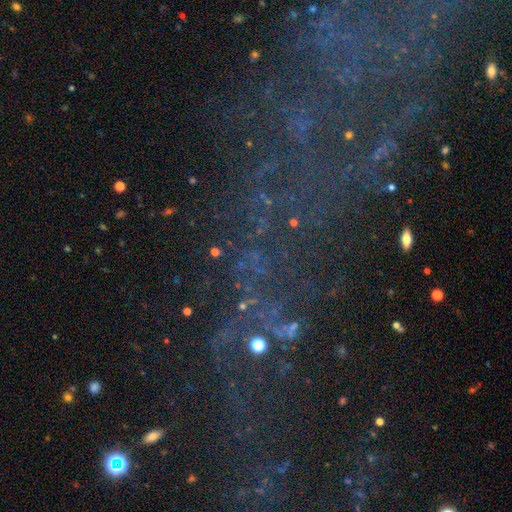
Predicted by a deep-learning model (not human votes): This appears to be a star or artifact, not a galaxy (67%).